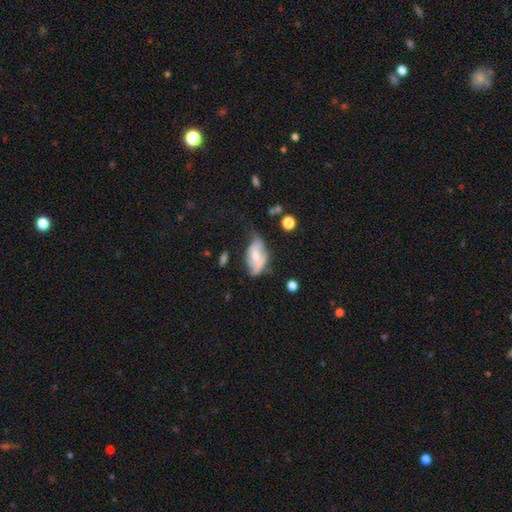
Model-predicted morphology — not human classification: Smooth or featured?
  - featured or disk: 46% * (tied)
  - smooth: 46% * (tied)
  - star or artifact: 8%
Merging?
  - minor disturbance: 34% *
  - none: 32%
  - major disturbance: 26%
  - merger: 7%